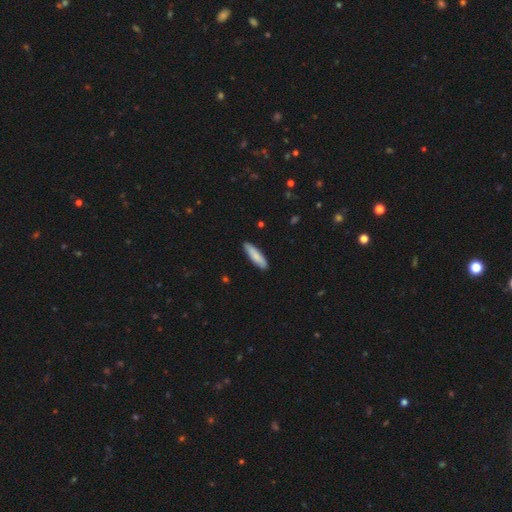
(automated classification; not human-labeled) smooth-or-featured: smooth: 83% | featured or disk: 12% | star or artifact: 5%
  how-rounded: cigar-shaped: 71% | in between: 27% | round: 1%
  merging: none: 89% | minor disturbance: 9% | major disturbance: 1% | merger: 1%